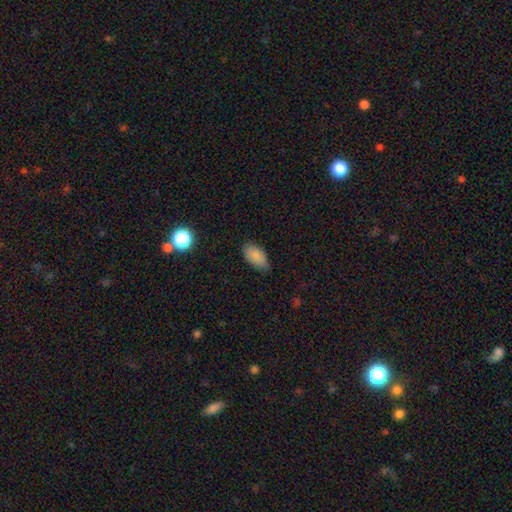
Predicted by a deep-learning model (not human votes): A smooth galaxy with no disk features (86%) that is in between round and cigar-shaped (92%). Merging: none (72%).